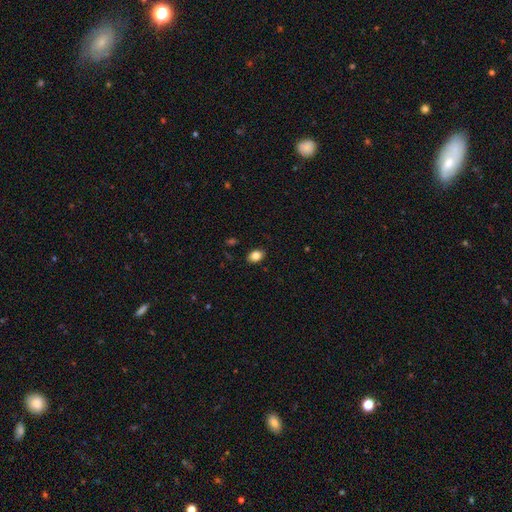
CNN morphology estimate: The model was most divided on "how rounded": in between: 77%, round: 22%, cigar-shaped: 1%. More confident: merging — none (87%); smooth or featured — smooth (83%).